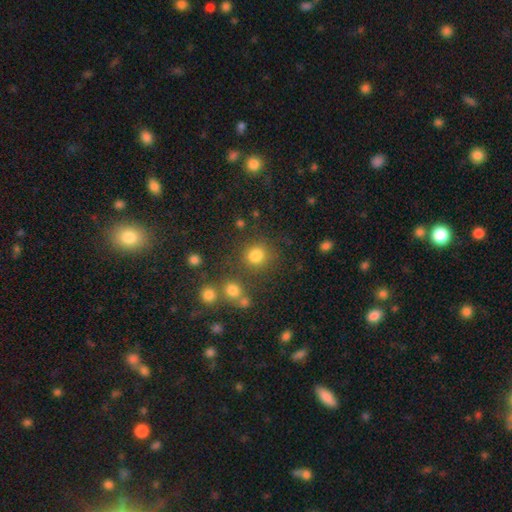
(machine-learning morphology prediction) Smooth or featured?
  - smooth: 80% *
  - star or artifact: 15%
  - featured or disk: 5%
How rounded?
  - round: 84% *
  - in between: 15%
  - cigar-shaped: 1%
Merging?
  - none: 74% *
  - minor disturbance: 11%
  - merger: 10%
  - major disturbance: 5%